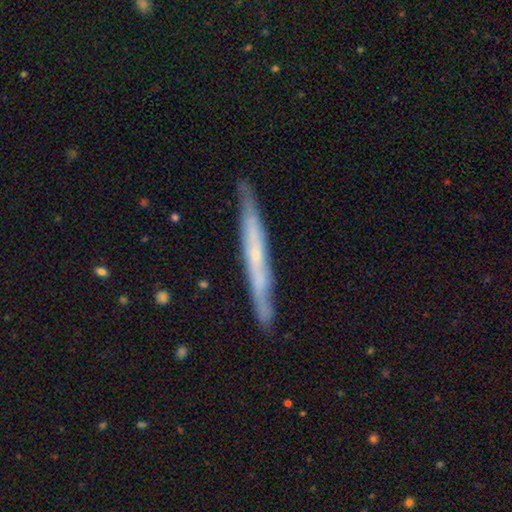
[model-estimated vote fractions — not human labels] Morphology: type=featured or disk (64%); edge-on=yes (90%); edge-on bulge=none (69%); merging=none (85%).